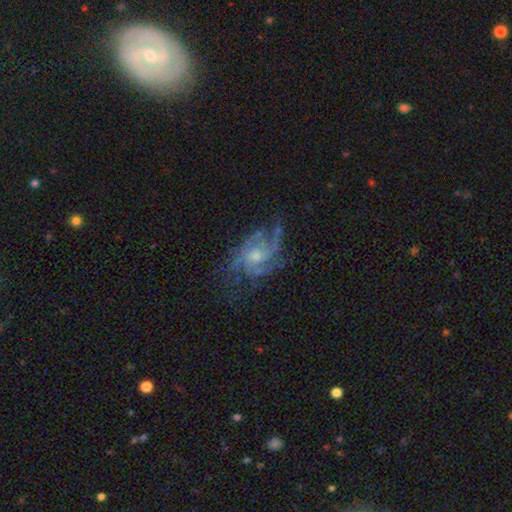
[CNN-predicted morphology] type=featured or disk (83%); edge-on=no (97%); bar=no (72%); spiral arms=yes (93%); winding=medium (45%); arm count=3 (30%); bulge=moderate (48%); merging=none (59%).